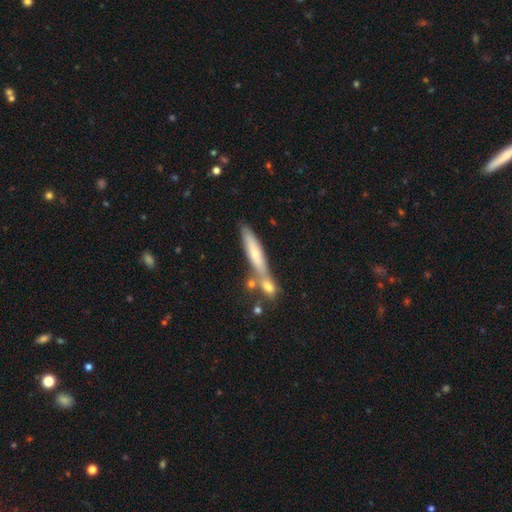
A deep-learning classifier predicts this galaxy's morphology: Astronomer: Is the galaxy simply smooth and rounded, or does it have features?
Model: smooth — 50% (runner-up: featured or disk, 41%).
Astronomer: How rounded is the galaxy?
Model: cigar-shaped — 90%.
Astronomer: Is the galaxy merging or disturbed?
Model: none — 60%.